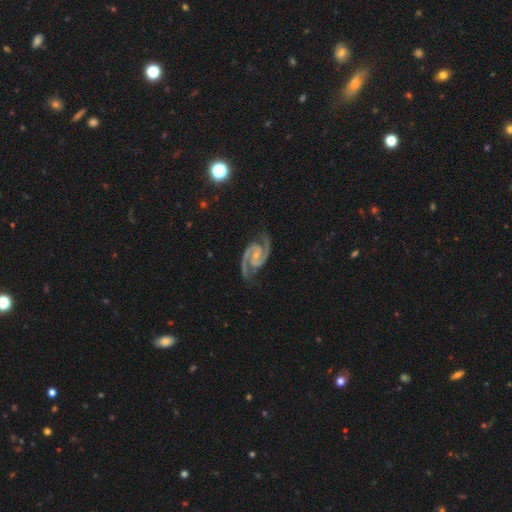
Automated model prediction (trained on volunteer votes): A featured or disk galaxy (95%) with no bar (56%), 2 (94%) medium (61%) spiral arms (99%) and a small central bulge (69%). Merging: none (80%).